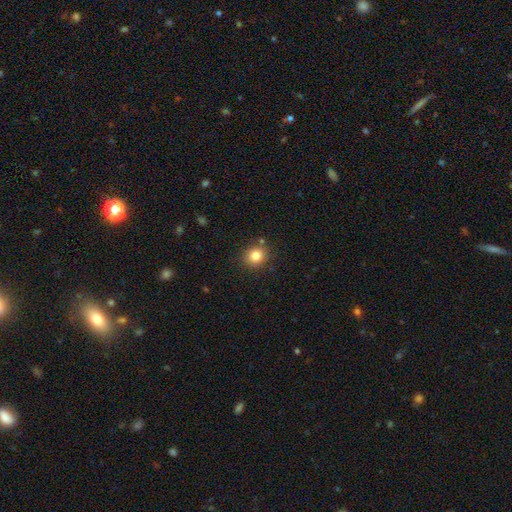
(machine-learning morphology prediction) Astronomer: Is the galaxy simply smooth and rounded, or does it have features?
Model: smooth — 83%.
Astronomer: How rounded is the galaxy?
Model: round — 81%.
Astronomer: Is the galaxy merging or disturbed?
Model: none — 83%.